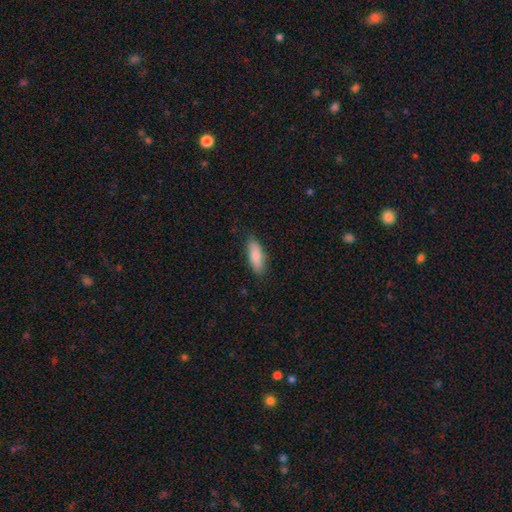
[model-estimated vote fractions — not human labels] Smooth or featured? smooth (85%)
How rounded? in between (68%)
Merging? none (83%)